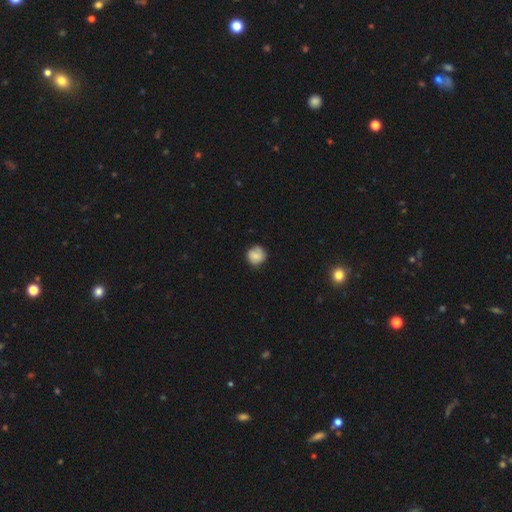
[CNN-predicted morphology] Smooth or featured: smooth — 75% (featured or disk — 17%)
How rounded: round — 90% (in between — 9%)
Merging: none — 76% (minor disturbance — 19%)